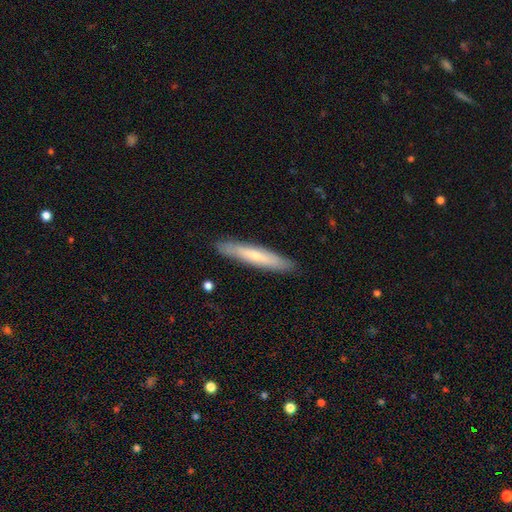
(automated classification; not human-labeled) smooth 54%, featured or disk 40%, star or artifact 6%. Down the decision tree: how rounded — cigar-shaped (91%); merging — none (89%).